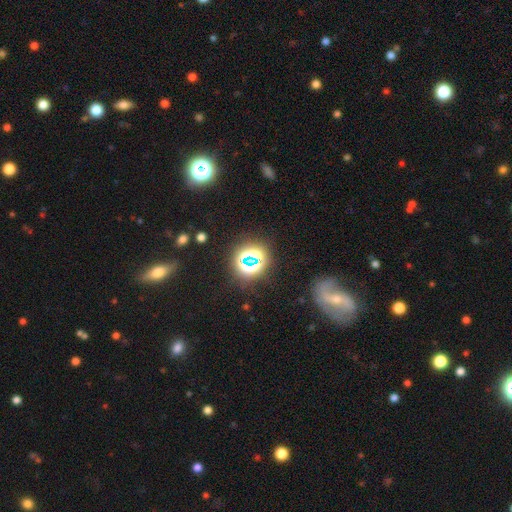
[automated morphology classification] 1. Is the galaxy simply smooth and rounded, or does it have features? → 72% star or artifact, 18% smooth, 9% featured or disk.